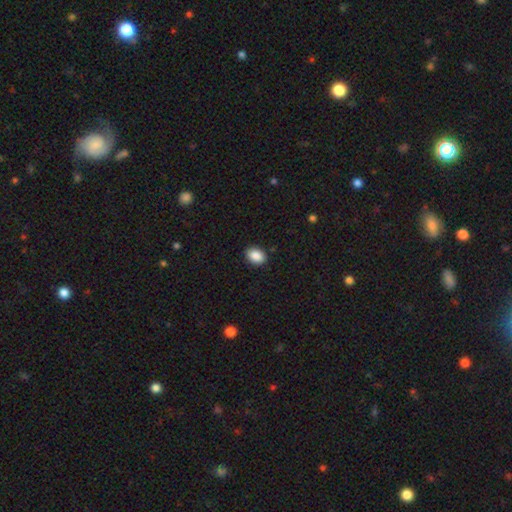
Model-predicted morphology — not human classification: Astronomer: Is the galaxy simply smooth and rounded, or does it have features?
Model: smooth — 88%.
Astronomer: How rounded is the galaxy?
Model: in between — 74%.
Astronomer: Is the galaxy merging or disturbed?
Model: none — 89%.